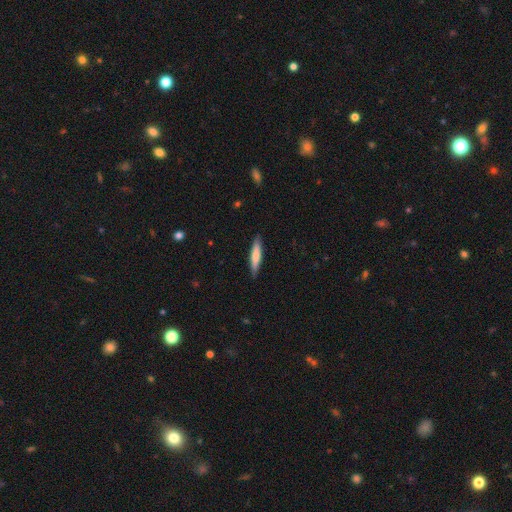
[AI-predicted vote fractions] smooth 70%, featured or disk 25%, star or artifact 5%. Down the decision tree: how rounded — cigar-shaped (87%); merging — none (89%).